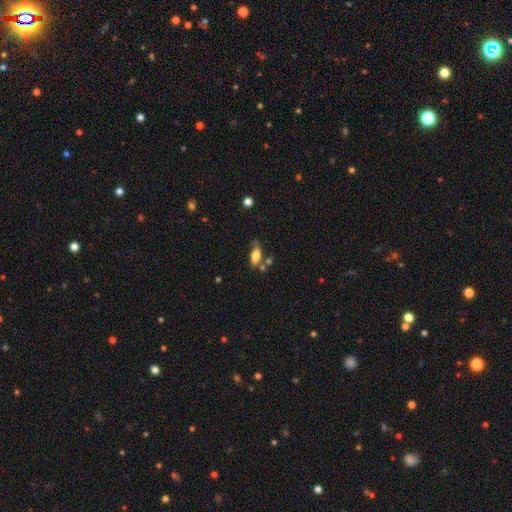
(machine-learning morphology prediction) A smooth galaxy with no disk features (61%) that is in between round and cigar-shaped (73%). Merging: none (62%).